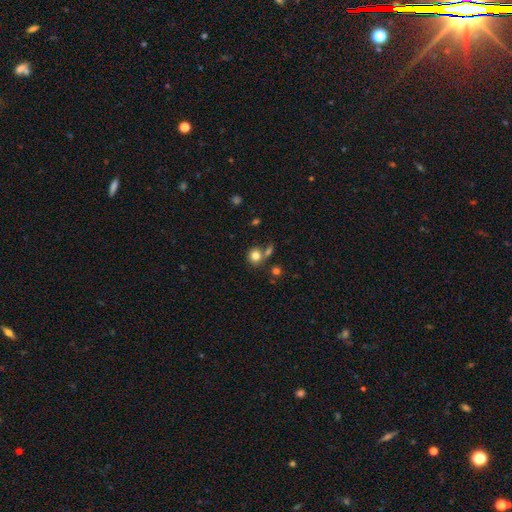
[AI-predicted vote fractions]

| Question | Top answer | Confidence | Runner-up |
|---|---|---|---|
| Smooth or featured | smooth | 81% | star or artifact (11%) |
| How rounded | round | 84% | in between (15%) |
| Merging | none | 61% | merger (23%) |